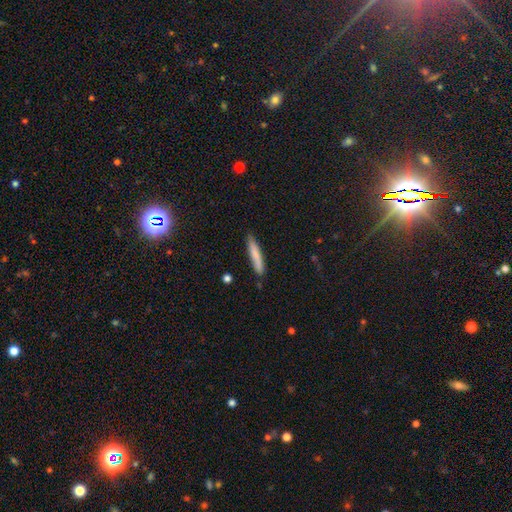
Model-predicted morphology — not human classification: Smooth or featured? Predicted: smooth (p=0.79). How rounded? Predicted: cigar-shaped (p=0.91). Merging? Predicted: none (p=0.82).